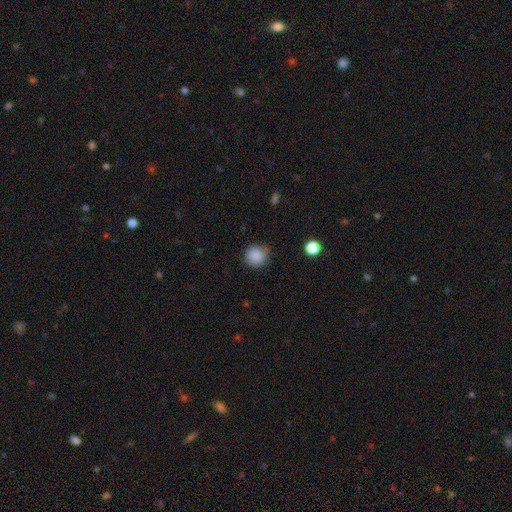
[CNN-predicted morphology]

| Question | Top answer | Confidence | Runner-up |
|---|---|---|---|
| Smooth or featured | smooth | 87% | star or artifact (10%) |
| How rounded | round | 91% | in between (8%) |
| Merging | none | 78% | minor disturbance (16%) |